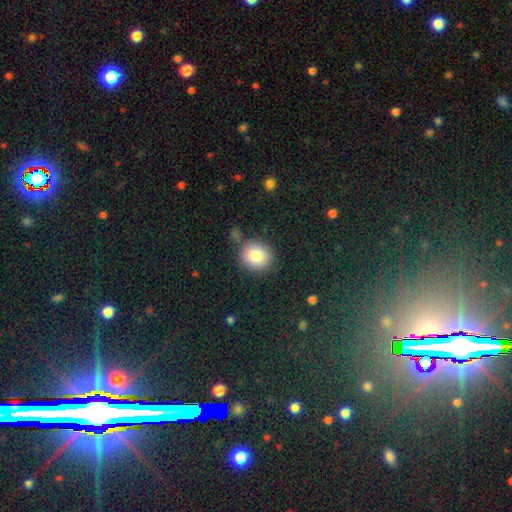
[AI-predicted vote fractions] The model was most divided on "how rounded": round: 81%, in between: 18%, cigar-shaped: 1%. More confident: smooth or featured — smooth (84%); merging — none (79%).